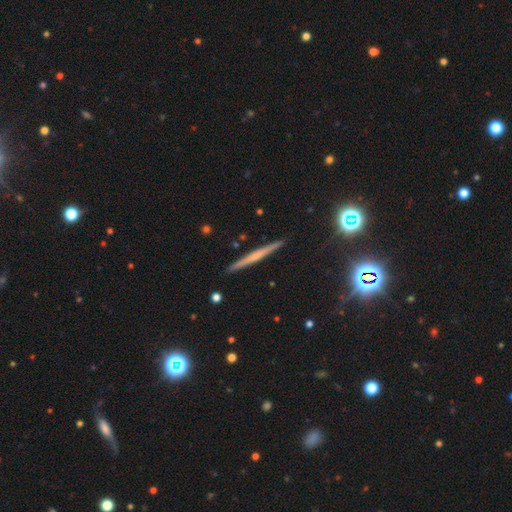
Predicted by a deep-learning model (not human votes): This is possibly a featured or disk galaxy (58%). It is clearly viewed edge-on (98%). Edge-on bulge: likely none (63%). Merging: clearly none (92%).